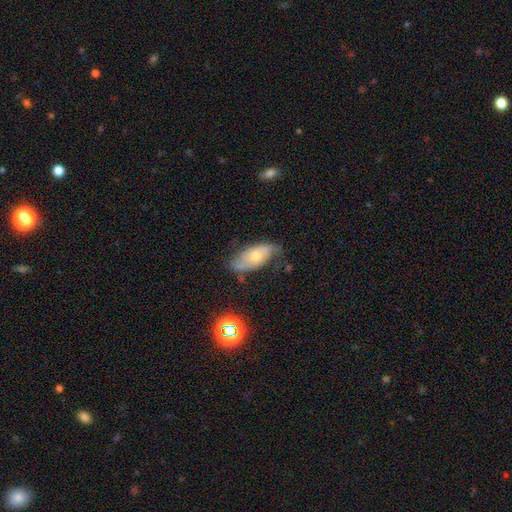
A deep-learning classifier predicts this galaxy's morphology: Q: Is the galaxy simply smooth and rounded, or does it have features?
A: featured or disk — 47%.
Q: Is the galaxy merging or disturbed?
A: none — 56%.